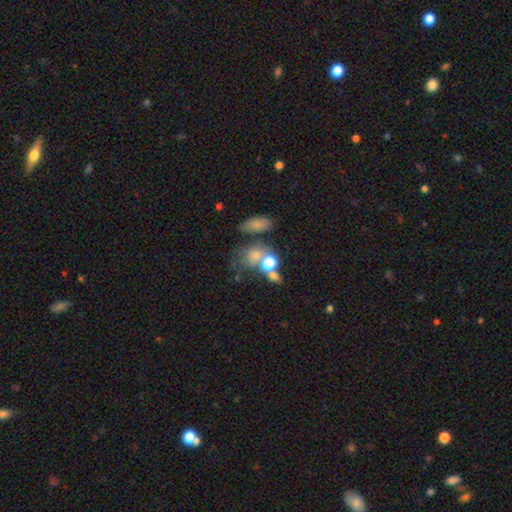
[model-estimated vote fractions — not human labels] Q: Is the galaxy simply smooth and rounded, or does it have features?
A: smooth — 57%.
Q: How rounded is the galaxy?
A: round — 51%.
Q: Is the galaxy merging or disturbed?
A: none — 38%.